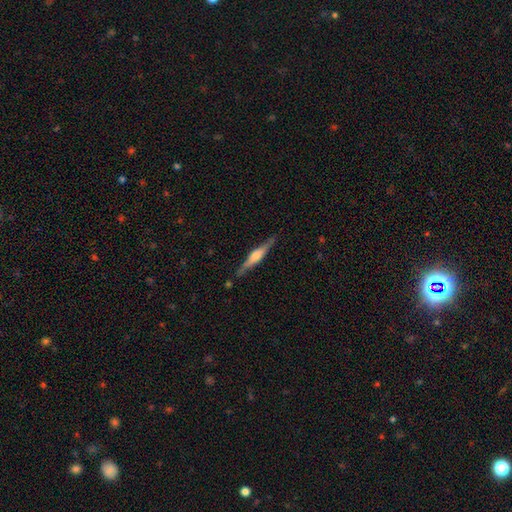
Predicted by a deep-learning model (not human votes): smooth-or-featured: featured or disk: 69% | smooth: 26% | star or artifact: 6%
  disk-edge-on: yes: 97% | no: 3%
    edge-on-bulge: rounded: 68% | boxy: 25% | none: 6%
  merging: none: 86% | minor disturbance: 10% | major disturbance: 2% | merger: 2%